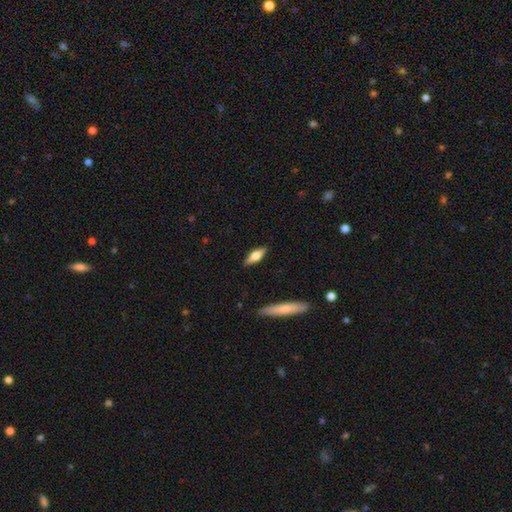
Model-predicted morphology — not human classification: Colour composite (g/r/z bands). It shows a smooth galaxy with no disk features (53%) that is in between round and cigar-shaped (50%). Merging: none (87%).